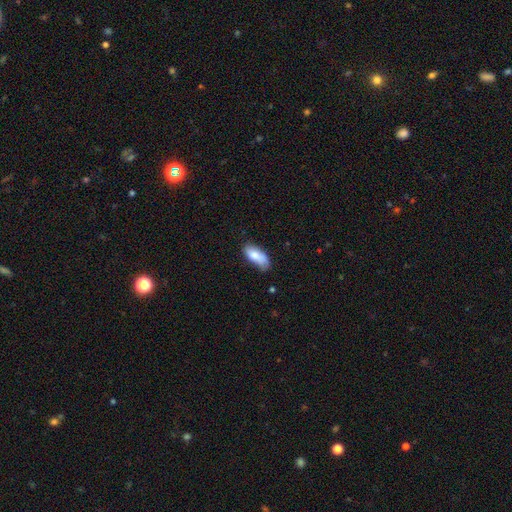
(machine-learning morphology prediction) Smooth or featured: smooth — 81% (featured or disk — 12%)
How rounded: in between — 87% (cigar-shaped — 11%)
Merging: none — 52% (minor disturbance — 36%)